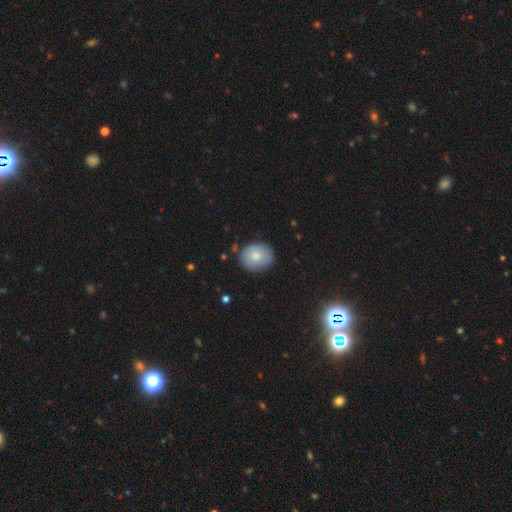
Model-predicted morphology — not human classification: A smooth galaxy with no disk features (79%) that is round (69%). Merging: none (82%).